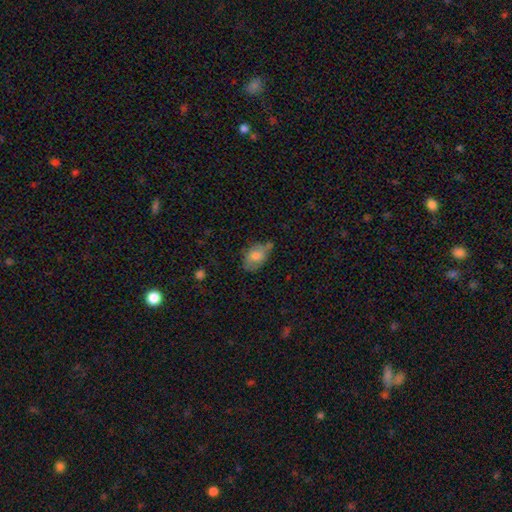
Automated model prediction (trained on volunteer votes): This appears to be a smooth galaxy with no disk features (71%) that is in between round and cigar-shaped (84%). Merging: none (49%).